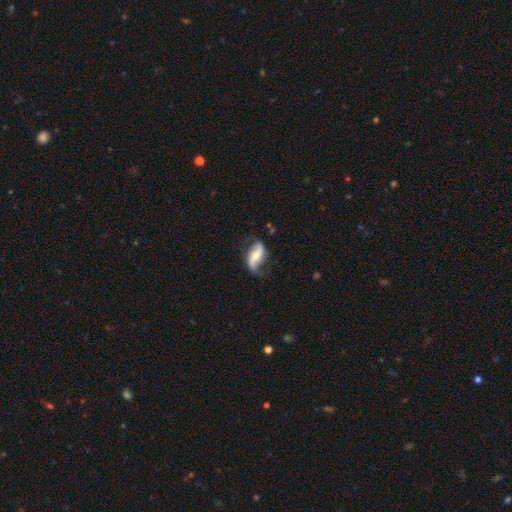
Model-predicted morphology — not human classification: Smooth or featured? featured or disk (69%)
Edge-on disk? no (91%)
Bar? strong (36%)
Spiral arms? yes (87%)
Spiral winding? loose (76%)
Spiral arm count? 2 (88%)
Bulge size? moderate (54%)
Merging? none (62%)